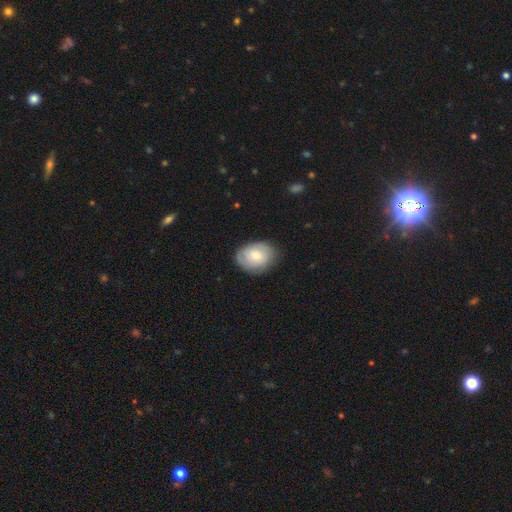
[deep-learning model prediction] smooth 67%, featured or disk 27%, star or artifact 6%. Down the decision tree: how rounded — in between (66%); merging — none (77%).